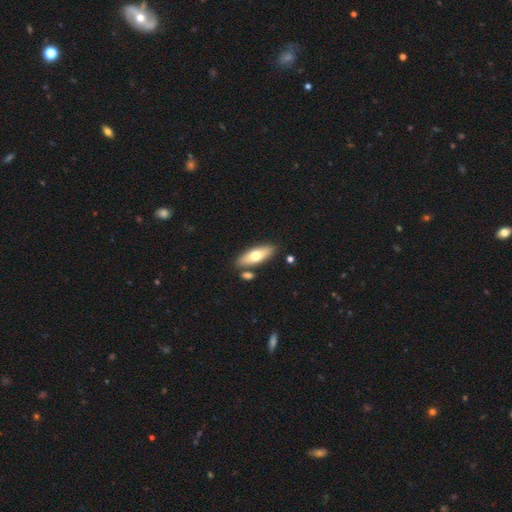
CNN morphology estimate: Smooth or featured? smooth (65%)
How rounded? in between (65%)
Merging? none (81%)